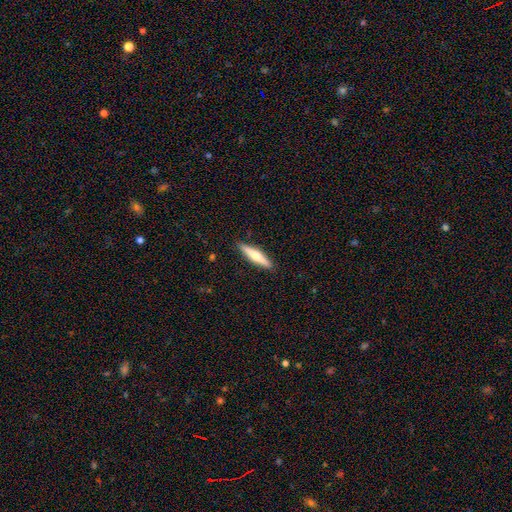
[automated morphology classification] Smooth or featured: smooth — 48% (featured or disk — 47%)
Merging: none — 91% (minor disturbance — 7%)